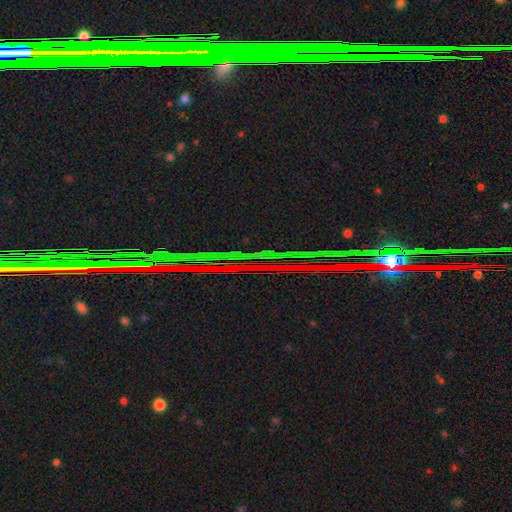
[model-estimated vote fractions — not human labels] star or artifact 84%, featured or disk 9%, smooth 7%.